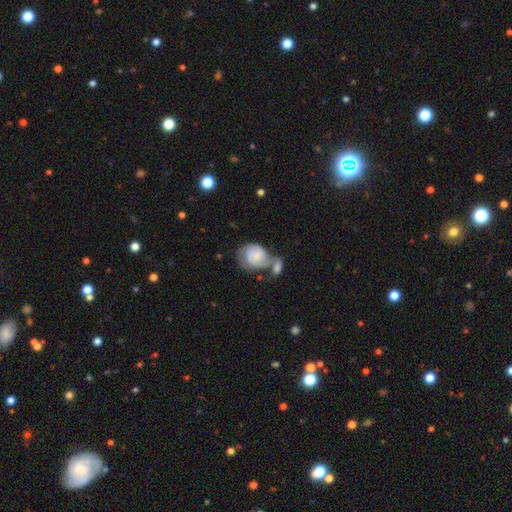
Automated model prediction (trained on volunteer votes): Q: Smooth or featured?
A: smooth (48%); runner-up: featured or disk (46%)
Q: Merging?
A: merger (46%); runner-up: none (23%)